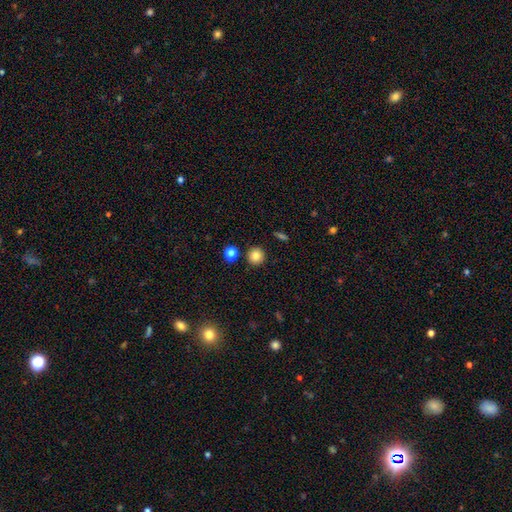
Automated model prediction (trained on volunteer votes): Morphology: type=smooth (83%); roundness=round (94%); merging=none (90%).